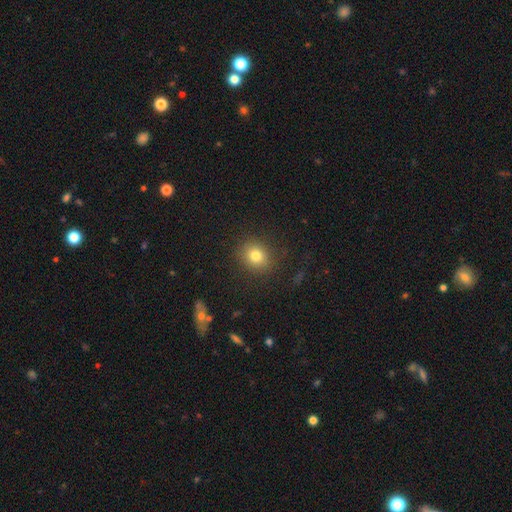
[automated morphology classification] This is likely a smooth galaxy (78%). How rounded: likely round (73%). Merging: clearly none (87%).